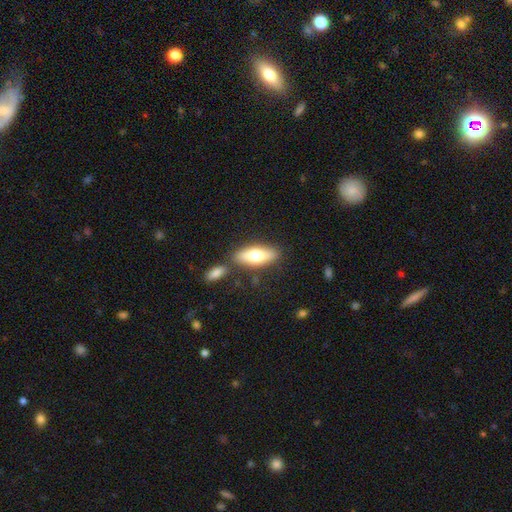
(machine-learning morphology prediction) This appears to be a smooth galaxy with no disk features (67%) that is in between round and cigar-shaped (70%). Merging: none (71%).